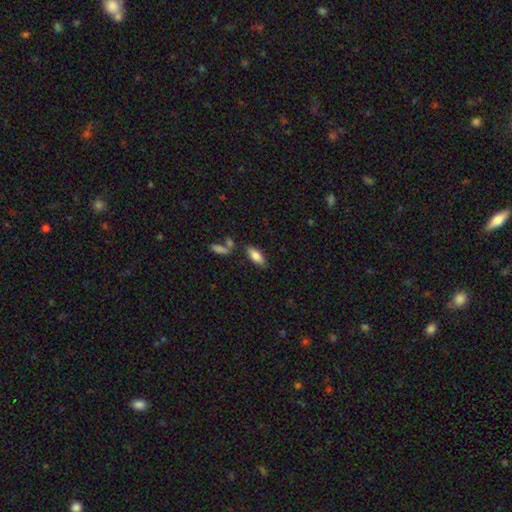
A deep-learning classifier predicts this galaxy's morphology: Smooth or featured: smooth — 82% (featured or disk — 11%)
How rounded: in between — 81% (cigar-shaped — 17%)
Merging: none — 75% (minor disturbance — 14%)